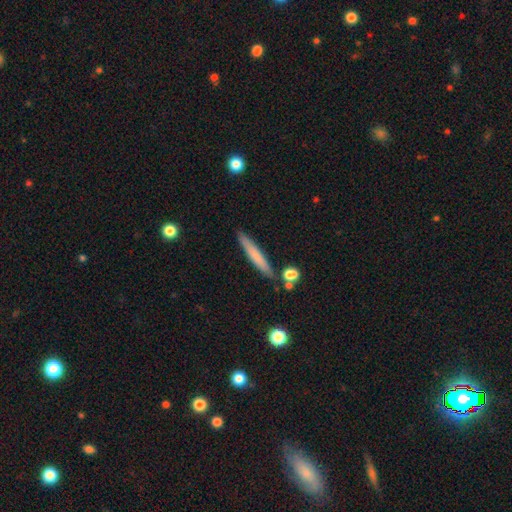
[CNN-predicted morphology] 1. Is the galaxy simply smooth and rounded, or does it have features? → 69% smooth, 25% featured or disk, 6% star or artifact.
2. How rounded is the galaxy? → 94% cigar-shaped, 4% in between, 1% round.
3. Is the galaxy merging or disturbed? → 84% none, 9% minor disturbance, 4% merger, 2% major disturbance.